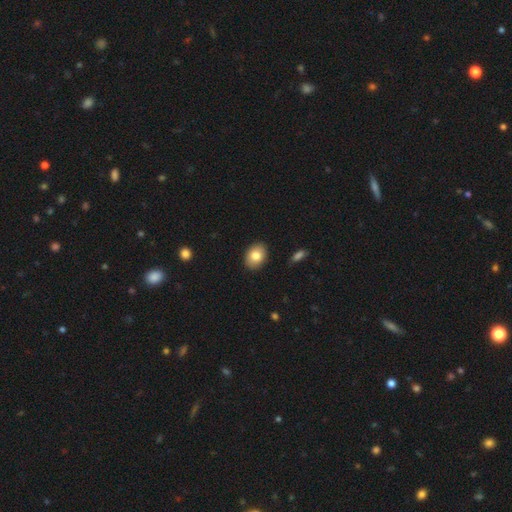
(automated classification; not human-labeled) A smooth galaxy with no disk features (82%) that is in between round and cigar-shaped (75%).

Vote fractions:
- Smooth or featured? smooth: 82% / featured or disk: 11% / star or artifact: 7%
- How rounded? in between: 75% / round: 24% / cigar-shaped: 1%
- Merging? none: 89% / minor disturbance: 8% / major disturbance: 2% / merger: 1%